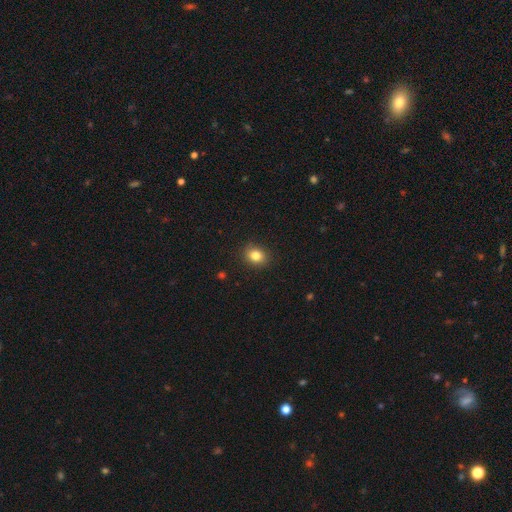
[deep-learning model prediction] Smooth or featured?
  - smooth: 83% *
  - star or artifact: 11%
  - featured or disk: 7%
How rounded?
  - round: 56% *
  - in between: 43%
  - cigar-shaped: 1%
Merging?
  - none: 88% *
  - minor disturbance: 9%
  - major disturbance: 2%
  - merger: 1%